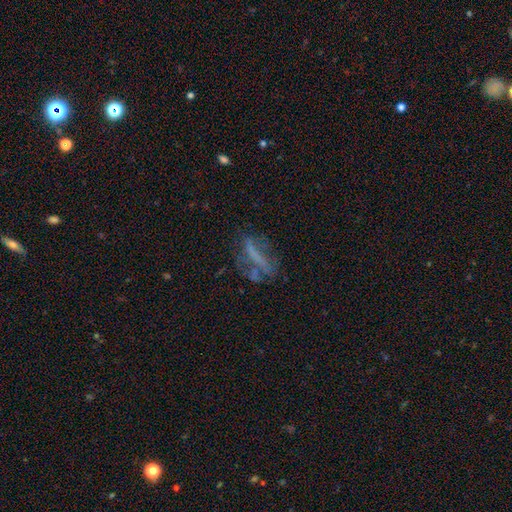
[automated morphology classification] A featured or disk galaxy (48%).

Vote fractions:
- Smooth or featured? featured or disk: 48% / smooth: 36% / star or artifact: 17%
- Merging? none: 45% / major disturbance: 26% / minor disturbance: 22% / merger: 7%